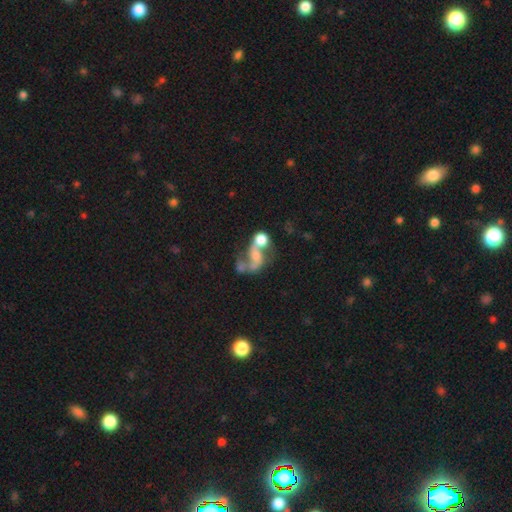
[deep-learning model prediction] featured or disk 56%, smooth 28%, star or artifact 16%. Down the decision tree: edge-on disk — no (97%); bar — no (69%); spiral arms — yes (59%); bulge size — moderate (31%, tied with small); merging — merger (48%).